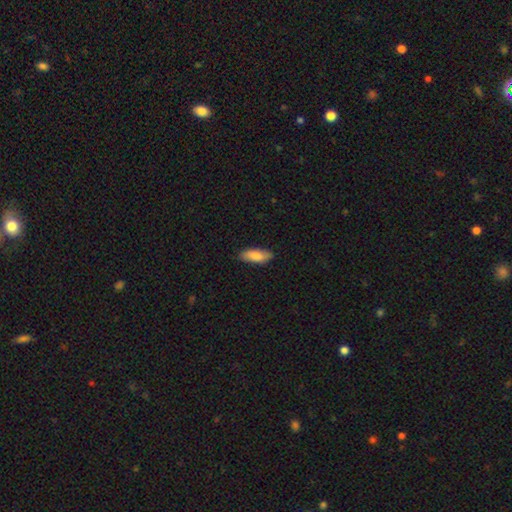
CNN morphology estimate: Smooth or featured? smooth (83%)
How rounded? in between (73%)
Merging? none (84%)